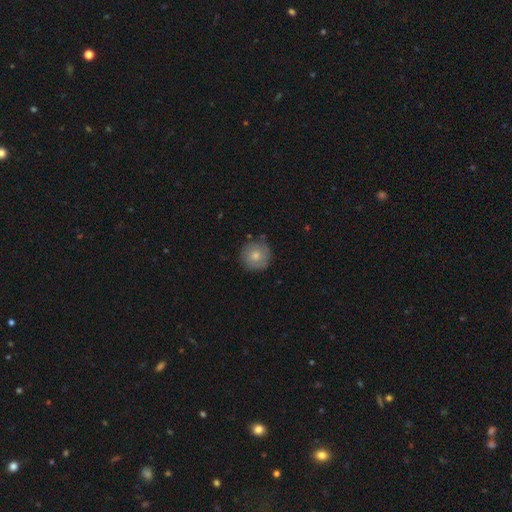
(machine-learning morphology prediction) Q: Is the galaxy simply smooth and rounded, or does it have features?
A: smooth — 71%.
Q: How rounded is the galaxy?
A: round — 95%.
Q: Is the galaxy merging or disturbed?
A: none — 82%.